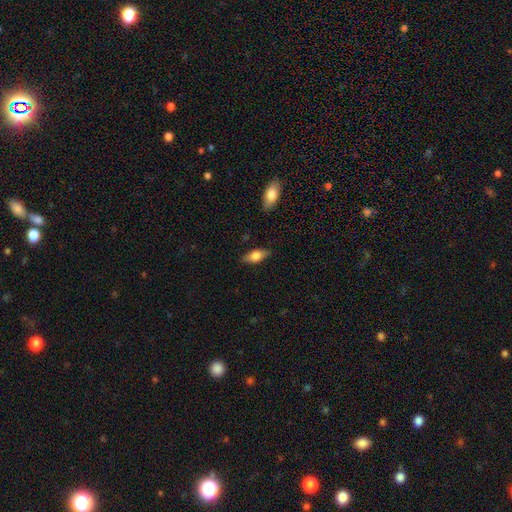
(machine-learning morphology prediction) smooth-or-featured: smooth: 66% | featured or disk: 27% | star or artifact: 7%
  how-rounded: in between: 79% | cigar-shaped: 17% | round: 4%
  merging: none: 84% | minor disturbance: 12% | major disturbance: 3% | merger: 1%